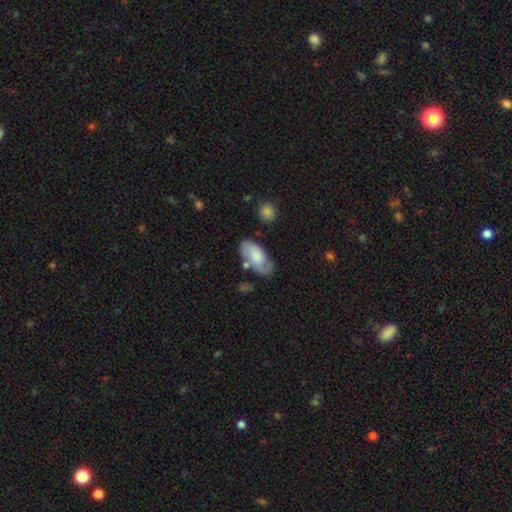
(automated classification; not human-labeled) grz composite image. It shows a smooth galaxy with no disk features (57%) that is in between round and cigar-shaped (93%). Merging: none (64%).